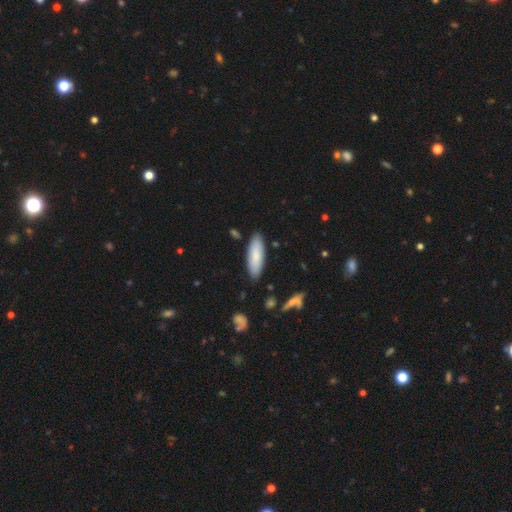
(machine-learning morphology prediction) Smooth or featured? Predicted: smooth (p=0.83). How rounded? Predicted: in between (p=0.56). Merging? Predicted: none (p=0.85).